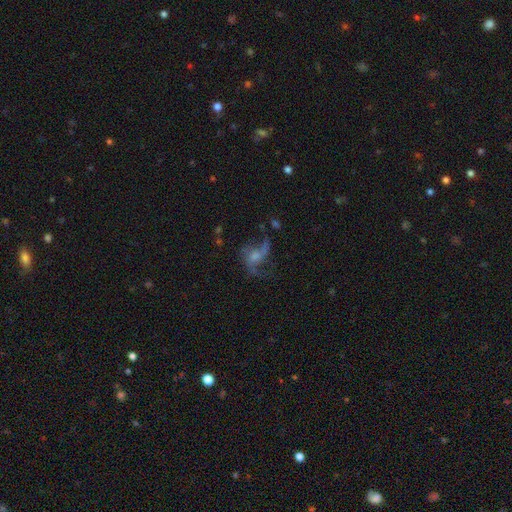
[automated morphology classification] Overall: featured or disk (70%). Edge-on disk: no (97%). Bar: no (65%; weak 29%). Spiral arms: yes (83%). Spiral arm count: 2 (52%; 3 17%). Spiral winding: loose (73%). Bulge size: small (37%; moderate 36%). Merging: none (42%; major disturbance 36%).